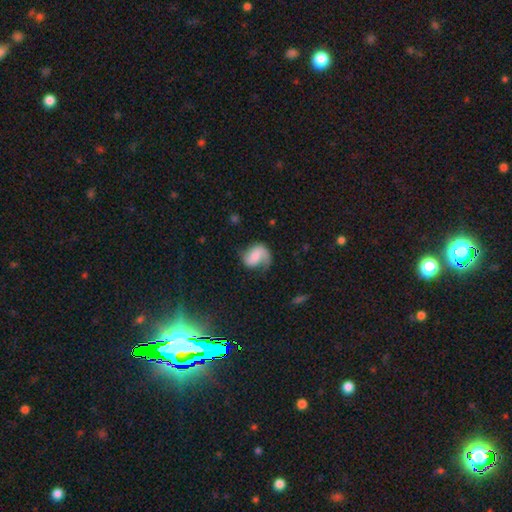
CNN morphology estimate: smooth_or_featured: featured or disk (p=0.56) [alt: smooth p=0.36]
disk_edge_on: no (p=0.98) [alt: yes p=0.02]
bar: no (p=0.52) [alt: weak p=0.35]
has_spiral_arms: yes (p=0.91) [alt: no p=0.09]
bulge_size: none (p=0.44) [alt: small p=0.19]
merging: none (p=0.48) [alt: minor disturbance p=0.27]